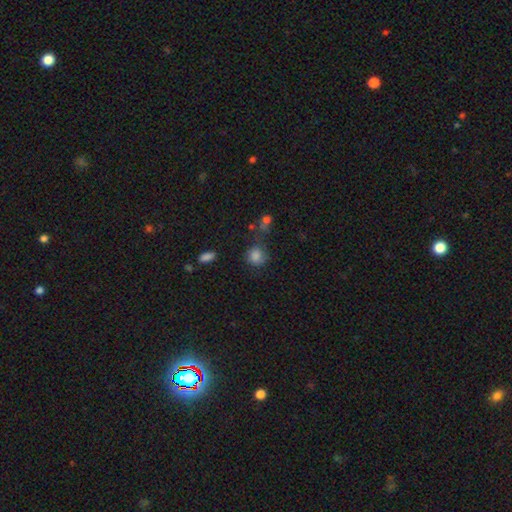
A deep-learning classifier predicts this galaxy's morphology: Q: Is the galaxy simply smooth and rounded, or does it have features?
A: smooth — 83%.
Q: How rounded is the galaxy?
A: round — 83%.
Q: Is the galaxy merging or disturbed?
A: none — 61%.